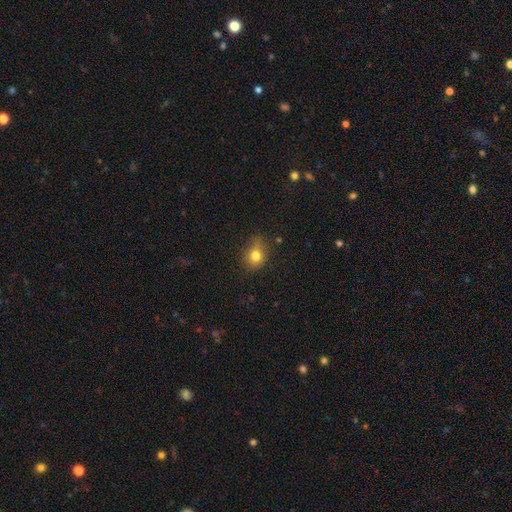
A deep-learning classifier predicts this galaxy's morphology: The model was most divided on "how rounded": round: 52%, in between: 47%, cigar-shaped: 1%. More confident: smooth or featured — smooth (79%); merging — none (68%).